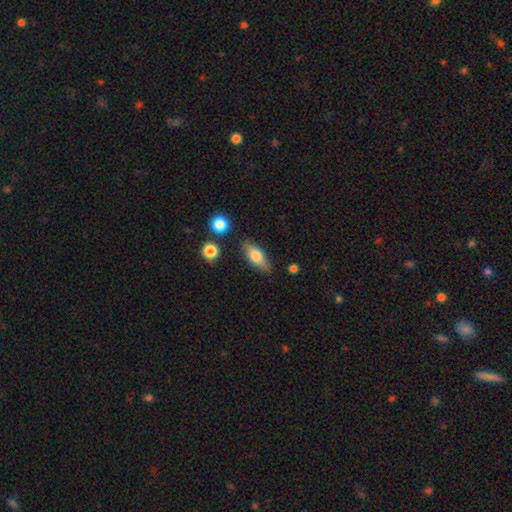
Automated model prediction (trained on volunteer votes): Overall: smooth (71%). How rounded: in between (77%). Merging: none (80%).